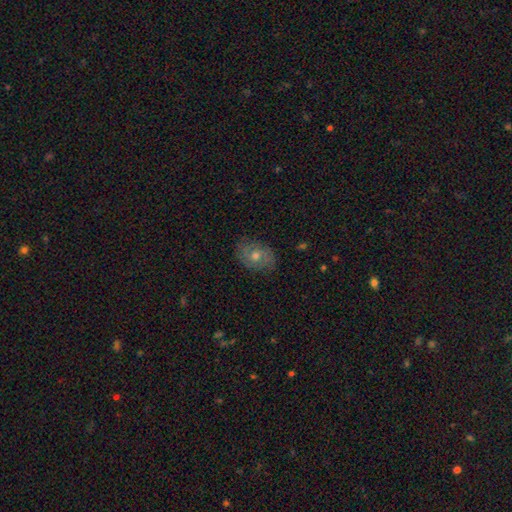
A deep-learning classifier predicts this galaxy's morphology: smooth_or_featured: featured or disk (p=0.59) [alt: smooth p=0.29]
disk_edge_on: no (p=0.96) [alt: yes p=0.04]
bar: no (p=0.75) [alt: weak p=0.21]
has_spiral_arms: yes (p=0.78) [alt: no p=0.22]
bulge_size: moderate (p=0.72) [alt: small p=0.22]
merging: none (p=0.82) [alt: minor disturbance p=0.13]